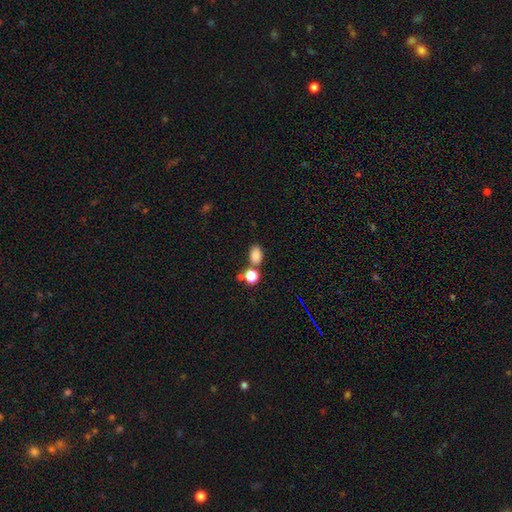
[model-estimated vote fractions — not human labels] A smooth galaxy with no disk features (82%) that is in between round and cigar-shaped (81%). Merging: none (68%).